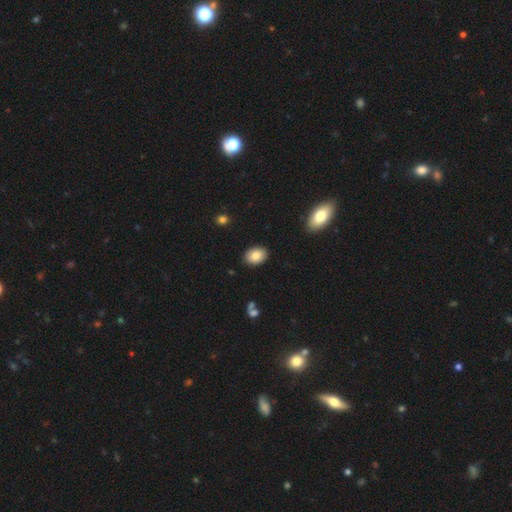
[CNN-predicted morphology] A smooth galaxy with no disk features (85%) that is in between round and cigar-shaped (80%). Merging: none (88%).